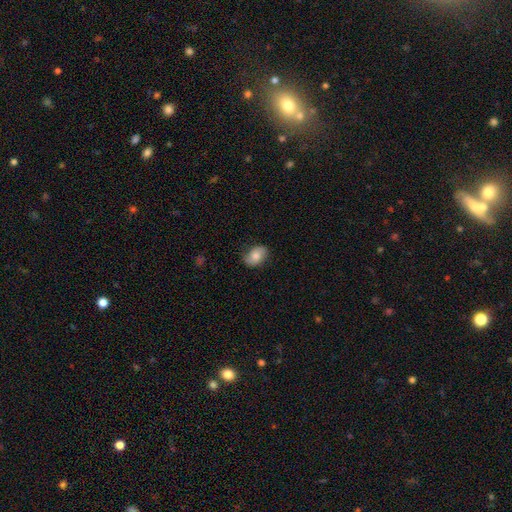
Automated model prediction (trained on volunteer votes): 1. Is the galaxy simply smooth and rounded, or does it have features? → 75% smooth, 18% featured or disk, 8% star or artifact.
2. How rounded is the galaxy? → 79% in between, 20% round, 1% cigar-shaped.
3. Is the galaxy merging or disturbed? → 79% none, 16% minor disturbance, 4% major disturbance, 1% merger.